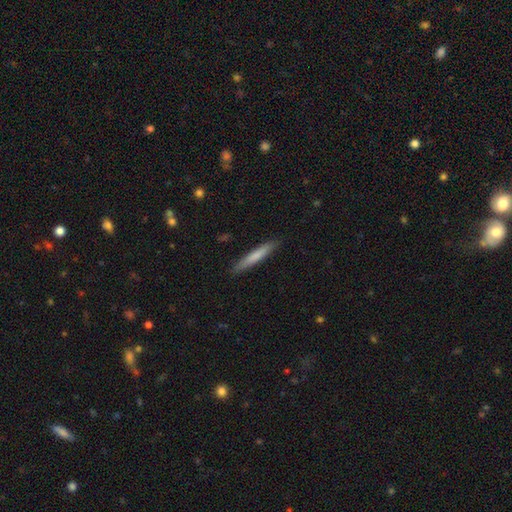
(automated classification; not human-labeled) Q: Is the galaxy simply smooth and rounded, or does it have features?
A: smooth — 73%.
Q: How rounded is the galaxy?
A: cigar-shaped — 95%.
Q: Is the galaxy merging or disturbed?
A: none — 90%.